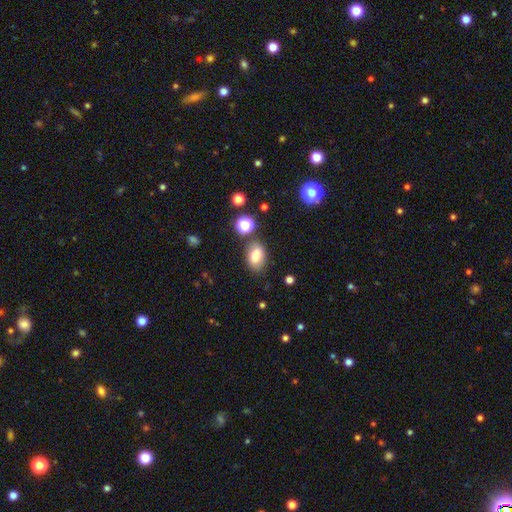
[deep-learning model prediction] Overall: smooth (77%). How rounded: in between (84%). Merging: none (77%).